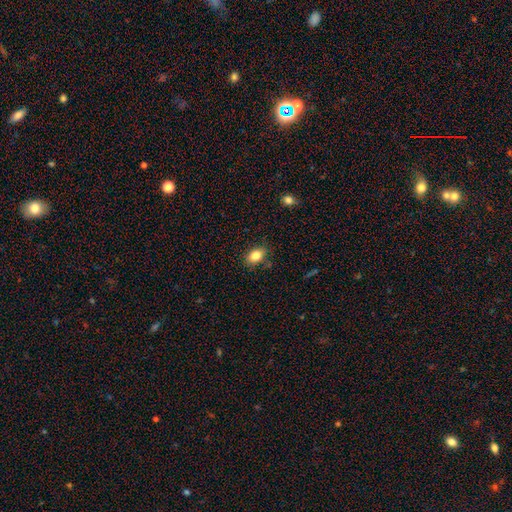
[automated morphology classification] Overall: smooth (83%). How rounded: in between (80%). Merging: none (82%).